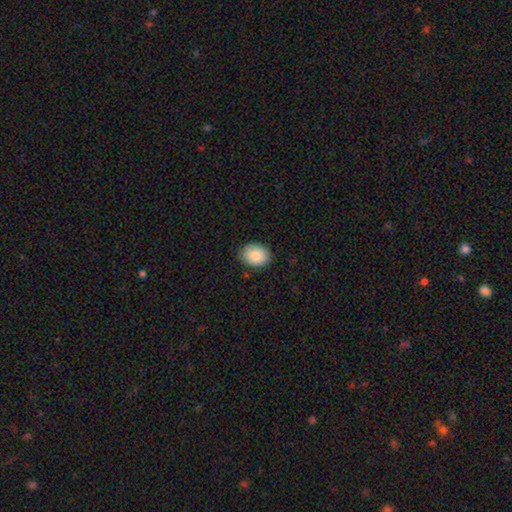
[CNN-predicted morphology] This appears to be a smooth galaxy with no disk features (87%) that is in between round and cigar-shaped (58%). Merging: none (84%).